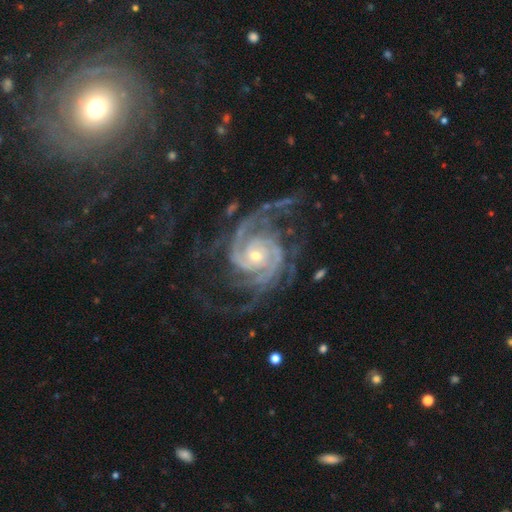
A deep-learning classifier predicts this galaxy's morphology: featured or disk 94%, star or artifact 4%, smooth 2%. Down the decision tree: edge-on disk — no (98%); bar — no (69%); spiral arms — yes (99%); spiral arm count — 2 (36%); spiral winding — tight (59%); bulge size — small (61%); merging — none (63%).